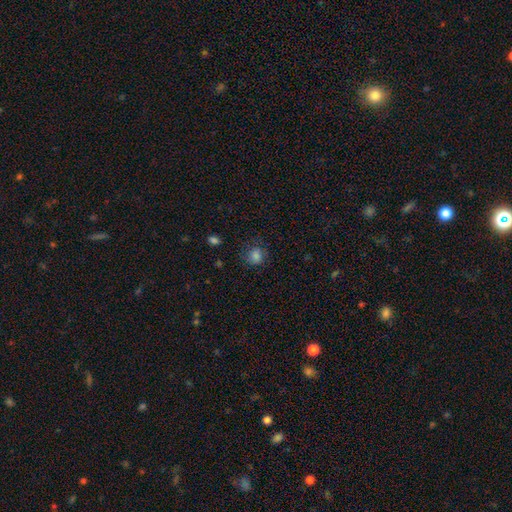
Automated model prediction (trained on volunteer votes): smooth_or_featured: smooth (p=0.82) [alt: star or artifact p=0.12]
how_rounded: round (p=0.80) [alt: in between p=0.19]
merging: none (p=0.74) [alt: minor disturbance p=0.18]